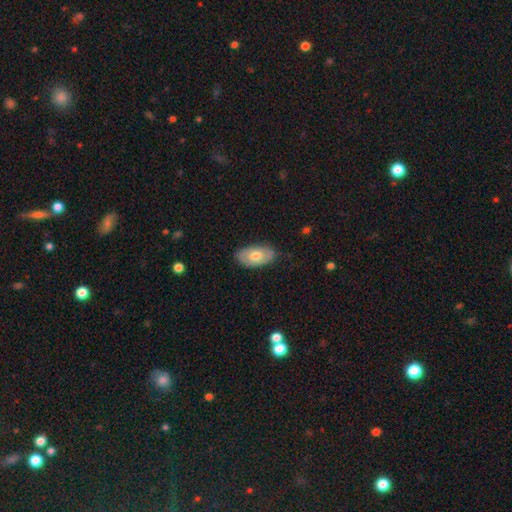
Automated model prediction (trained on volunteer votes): Smooth or featured?
  - smooth: 60% *
  - featured or disk: 34%
  - star or artifact: 6%
How rounded?
  - in between: 94% *
  - round: 4%
  - cigar-shaped: 2%
Merging?
  - none: 79% *
  - minor disturbance: 17%
  - major disturbance: 3%
  - merger: 1%